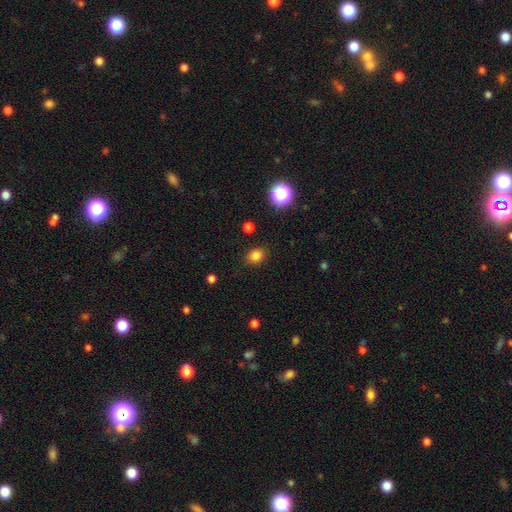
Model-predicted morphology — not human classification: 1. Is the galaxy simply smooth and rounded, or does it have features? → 82% smooth, 13% star or artifact, 5% featured or disk.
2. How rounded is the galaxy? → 59% round, 40% in between, 1% cigar-shaped.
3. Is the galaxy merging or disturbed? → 88% none, 8% minor disturbance, 2% major disturbance, 1% merger.